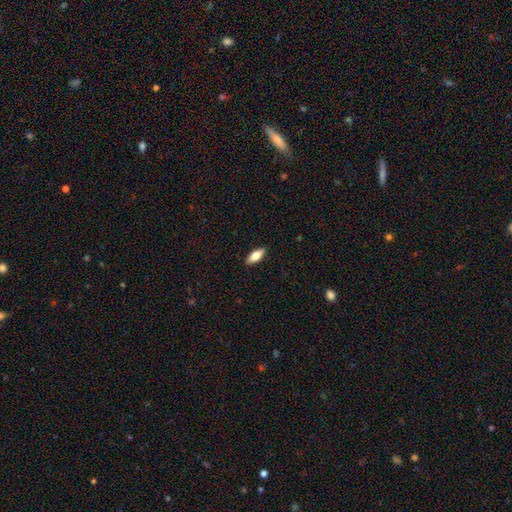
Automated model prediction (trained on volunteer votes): Q: Smooth or featured?
A: smooth (67%); runner-up: featured or disk (27%)
Q: How rounded?
A: in between (76%); runner-up: cigar-shaped (21%)
Q: Merging?
A: none (90%); runner-up: minor disturbance (8%)